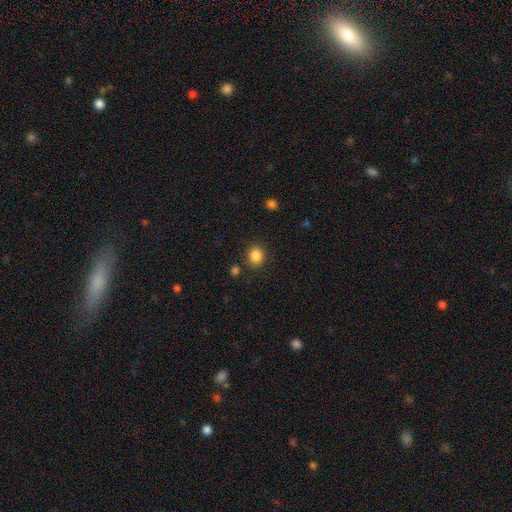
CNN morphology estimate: Overall: smooth (85%). How rounded: round (80%). Merging: none (87%).